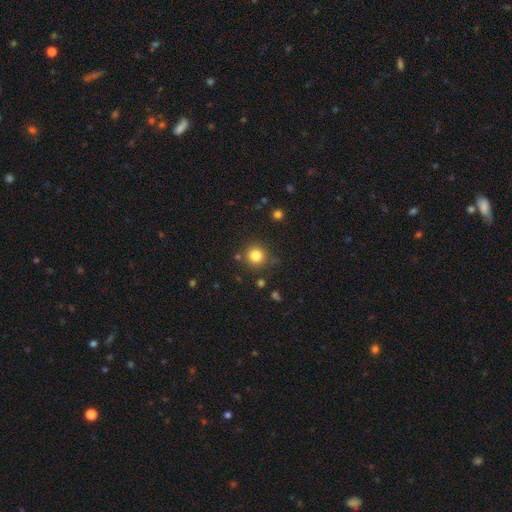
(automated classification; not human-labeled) Overall: smooth (81%). How rounded: round (94%). Merging: none (84%).